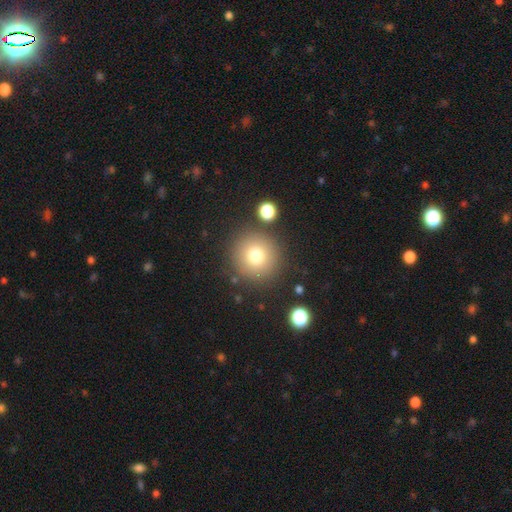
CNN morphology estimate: Smooth or featured? Predicted: smooth (p=0.77). How rounded? Predicted: round (p=0.95). Merging? Predicted: none (p=0.85).